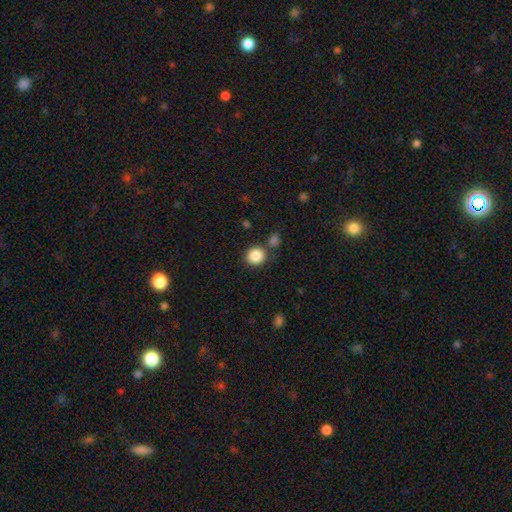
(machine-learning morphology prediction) smooth 87%, star or artifact 9%, featured or disk 4%. Down the decision tree: how rounded — round (88%); merging — none (78%).